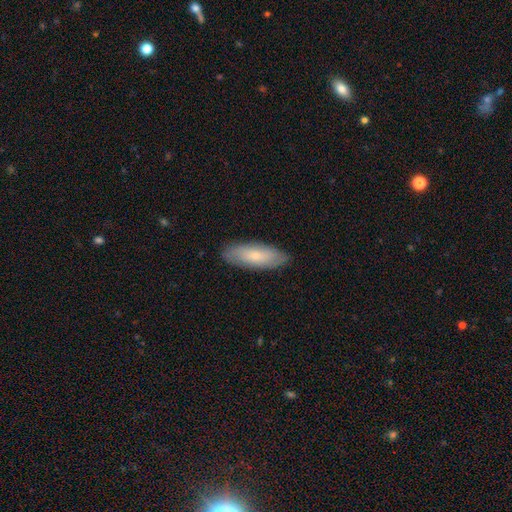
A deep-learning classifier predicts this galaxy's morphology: A smooth galaxy with no disk features (64%) that is in between round and cigar-shaped (61%). Merging: none (86%).